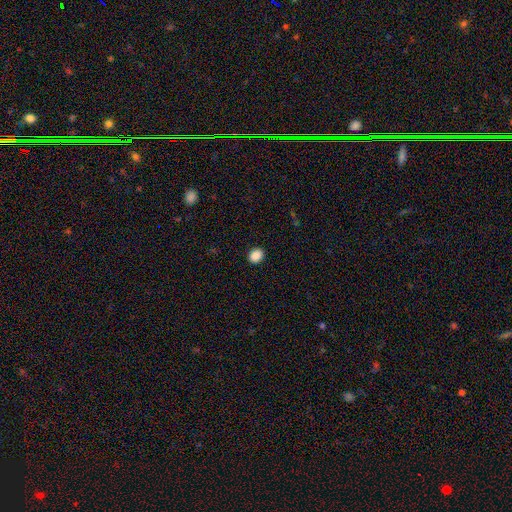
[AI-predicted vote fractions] The model was most divided on "how rounded": round: 53%, in between: 46%, cigar-shaped: 1%. More confident: merging — none (92%); smooth or featured — smooth (89%).